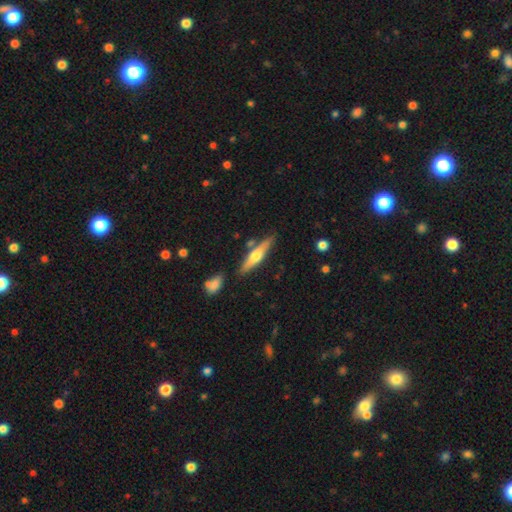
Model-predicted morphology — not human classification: Smooth or featured? Predicted: featured or disk (p=0.52). Edge-on disk? Predicted: yes (p=0.94). Merging? Predicted: none (p=0.78).